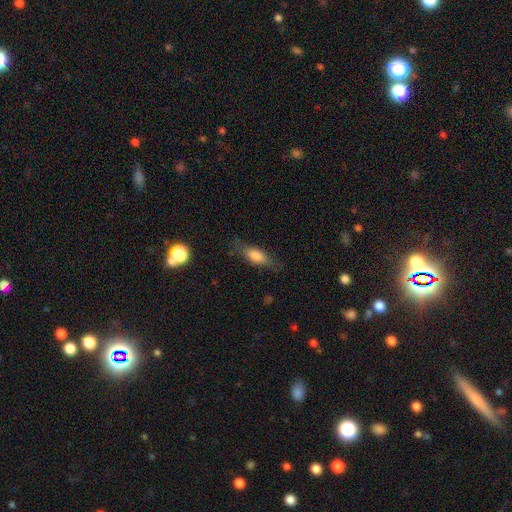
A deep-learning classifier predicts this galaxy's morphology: This is likely a smooth galaxy (68%). How rounded: possibly in between (58%). Merging: likely none (73%).